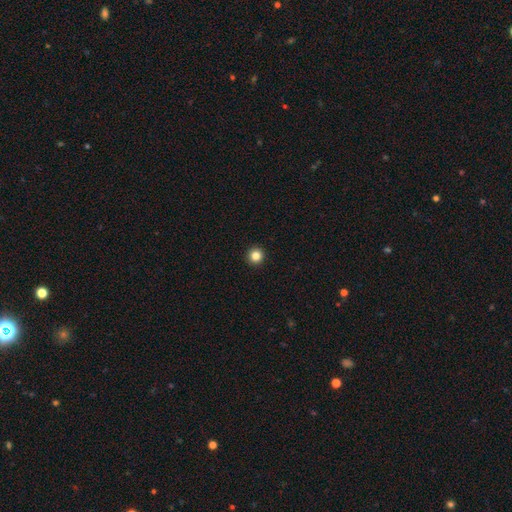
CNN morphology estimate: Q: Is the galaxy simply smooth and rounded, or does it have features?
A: smooth — 85%.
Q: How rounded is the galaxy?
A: round — 96%.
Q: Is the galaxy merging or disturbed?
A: none — 94%.